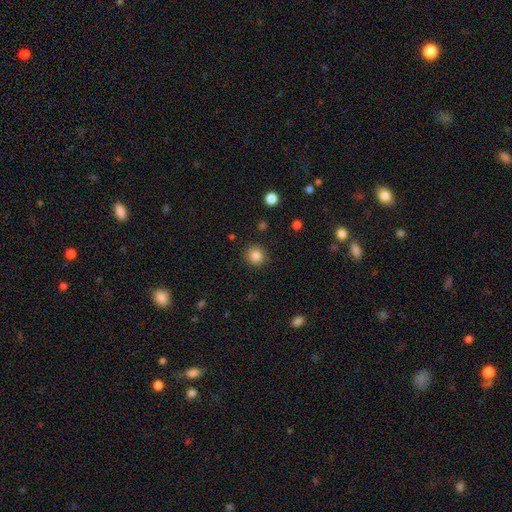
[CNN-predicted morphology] A smooth galaxy with no disk features (84%) that is round (89%). Merging: none (90%).